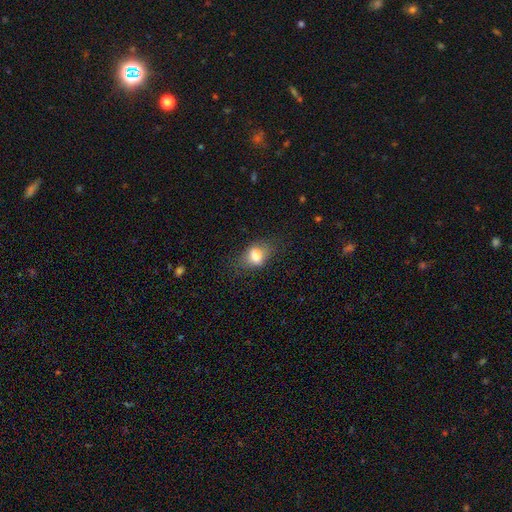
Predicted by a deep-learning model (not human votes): smooth-or-featured: smooth: 77% | featured or disk: 13% | star or artifact: 10%
  how-rounded: in between: 72% | round: 25% | cigar-shaped: 2%
  merging: none: 69% | minor disturbance: 20% | major disturbance: 9% | merger: 1%